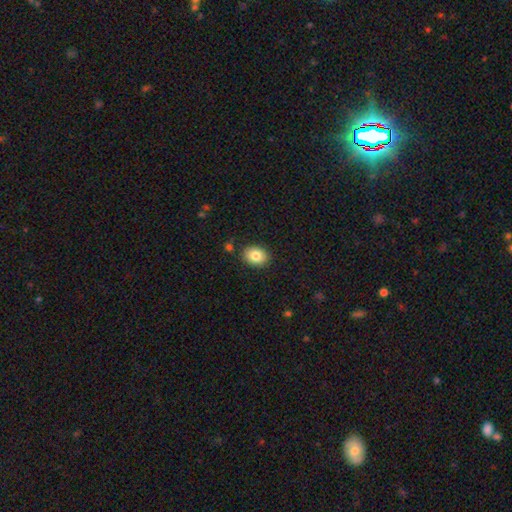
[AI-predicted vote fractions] This appears to be a smooth galaxy with no disk features (83%) that is in between round and cigar-shaped (63%). Merging: none (87%).